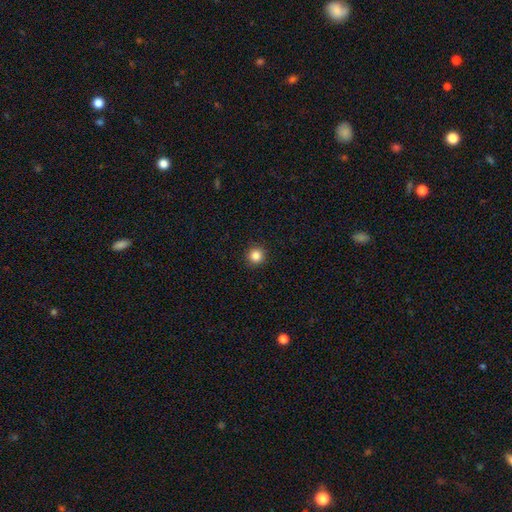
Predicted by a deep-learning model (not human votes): Smooth or featured?
  - smooth: 85% *
  - star or artifact: 11%
  - featured or disk: 4%
How rounded?
  - round: 96% *
  - in between: 3%
  - cigar-shaped: 1%
Merging?
  - none: 93% *
  - minor disturbance: 5%
  - major disturbance: 2%
  - merger: 1%